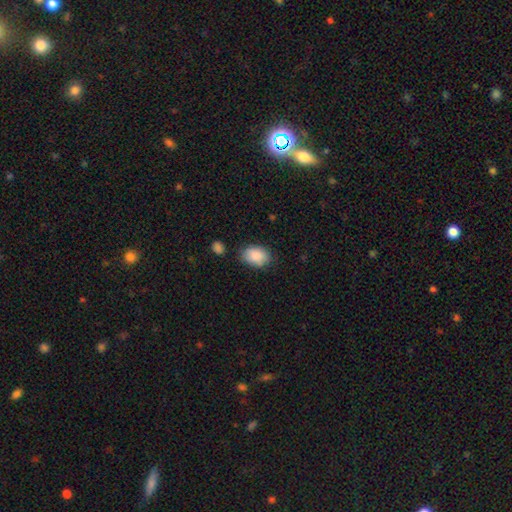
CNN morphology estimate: Smooth or featured?
  - smooth: 88% *
  - star or artifact: 7%
  - featured or disk: 6%
How rounded?
  - in between: 81% *
  - round: 18%
  - cigar-shaped: 1%
Merging?
  - none: 76% *
  - minor disturbance: 17%
  - major disturbance: 4%
  - merger: 3%